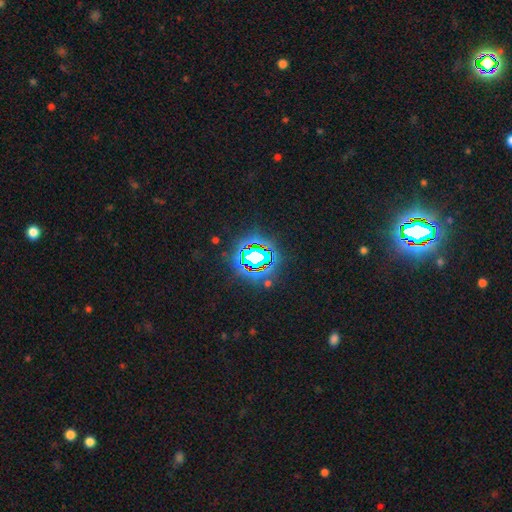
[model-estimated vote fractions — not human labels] Smooth or featured?
  - star or artifact: 79% *
  - smooth: 13%
  - featured or disk: 8%